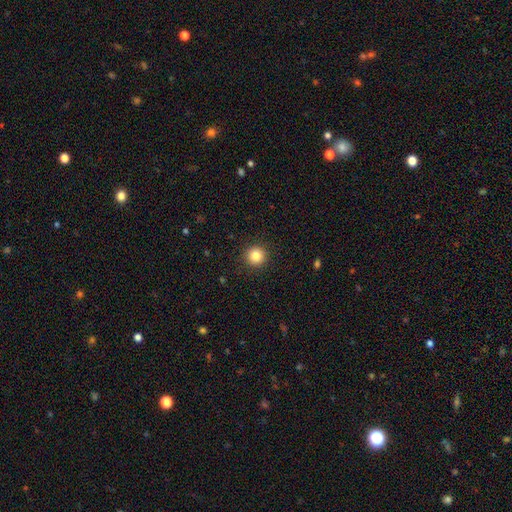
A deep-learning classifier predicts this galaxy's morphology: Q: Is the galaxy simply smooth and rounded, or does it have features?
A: smooth — 84%.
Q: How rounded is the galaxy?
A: round — 95%.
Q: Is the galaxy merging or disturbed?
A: none — 92%.